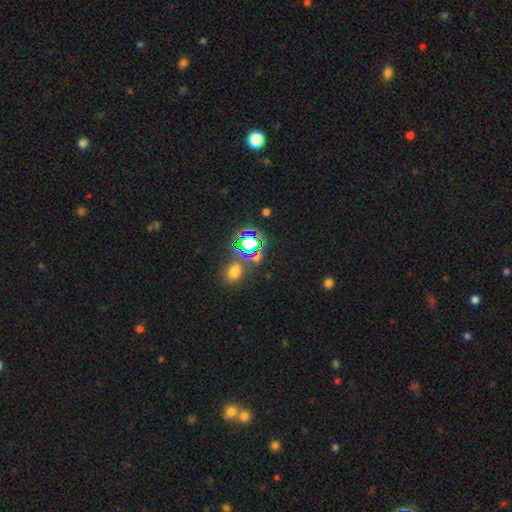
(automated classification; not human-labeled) Q: Smooth or featured?
A: star or artifact (60%); runner-up: smooth (32%)